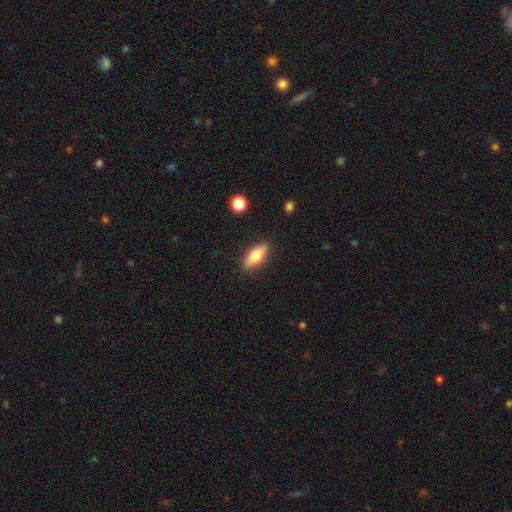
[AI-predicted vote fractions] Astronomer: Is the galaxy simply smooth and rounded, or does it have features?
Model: smooth — 72%.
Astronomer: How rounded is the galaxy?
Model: in between — 73%.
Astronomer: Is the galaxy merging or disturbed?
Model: none — 86%.